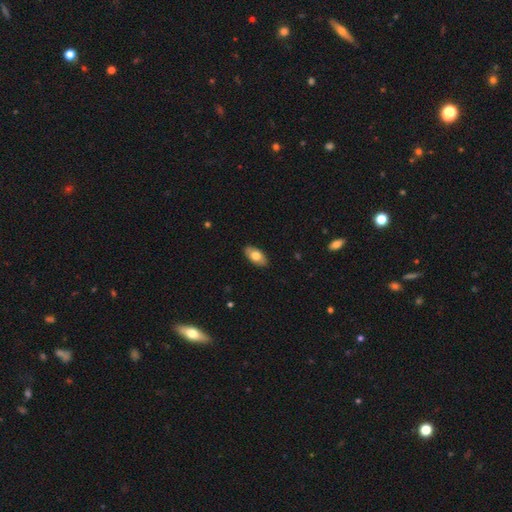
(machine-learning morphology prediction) Smooth or featured? Predicted: smooth (p=0.71). How rounded? Predicted: in between (p=0.94). Merging? Predicted: none (p=0.88).